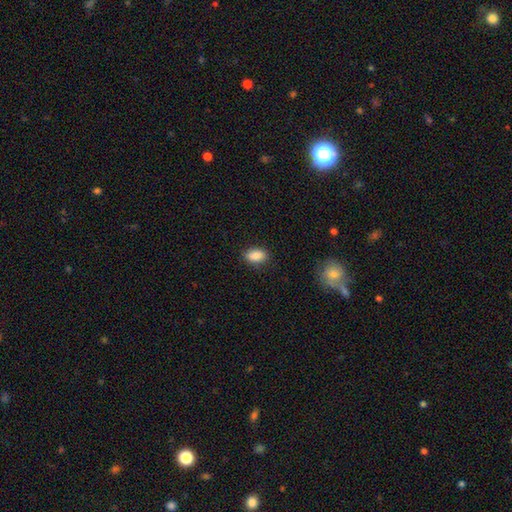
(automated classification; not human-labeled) Morphology: type=smooth (88%); roundness=in between (89%); merging=none (87%).